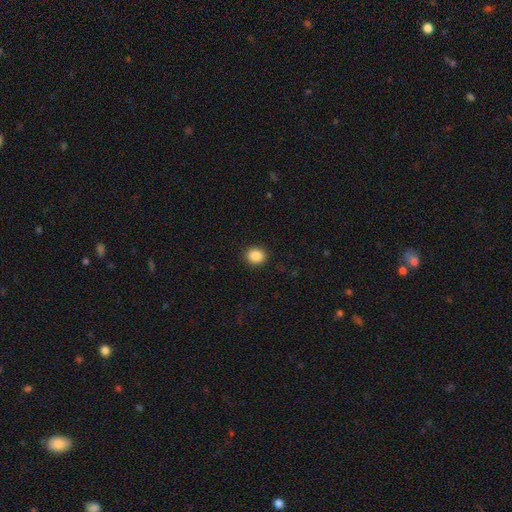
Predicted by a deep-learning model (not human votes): Smooth or featured? smooth (88%)
How rounded? round (76%)
Merging? none (90%)